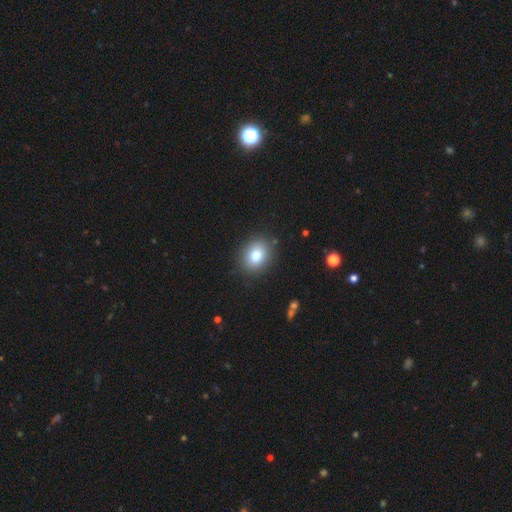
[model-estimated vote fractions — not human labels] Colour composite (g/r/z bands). It shows a smooth galaxy with no disk features (80%) that is round (52%). Merging: none (88%).